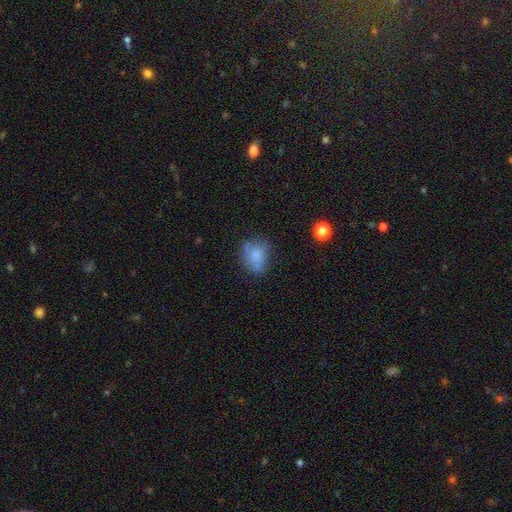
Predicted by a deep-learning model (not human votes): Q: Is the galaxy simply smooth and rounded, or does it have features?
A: smooth — 65%.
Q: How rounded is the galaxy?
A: in between — 59%.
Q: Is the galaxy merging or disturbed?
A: none — 49%.